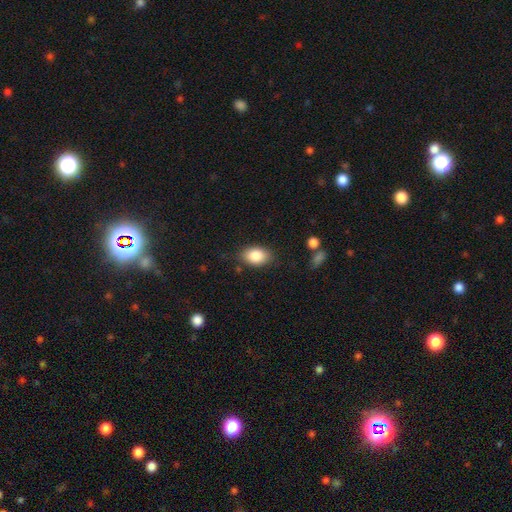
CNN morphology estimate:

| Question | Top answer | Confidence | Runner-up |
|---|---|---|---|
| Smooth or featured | smooth | 86% | star or artifact (7%) |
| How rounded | in between | 86% | round (13%) |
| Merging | none | 82% | minor disturbance (13%) |